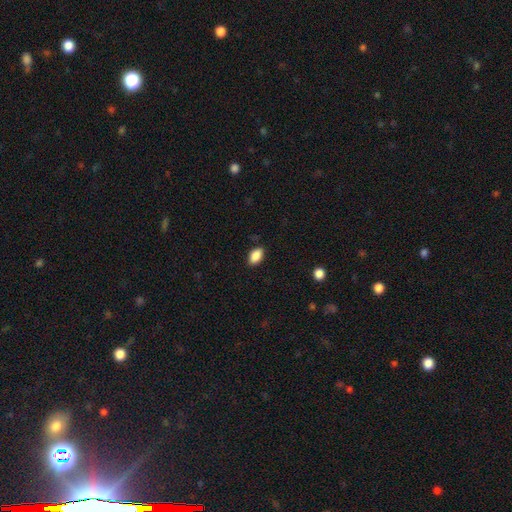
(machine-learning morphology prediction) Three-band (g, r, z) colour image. It shows a smooth galaxy with no disk features (89%) that is in between round and cigar-shaped (91%). Merging: none (87%).